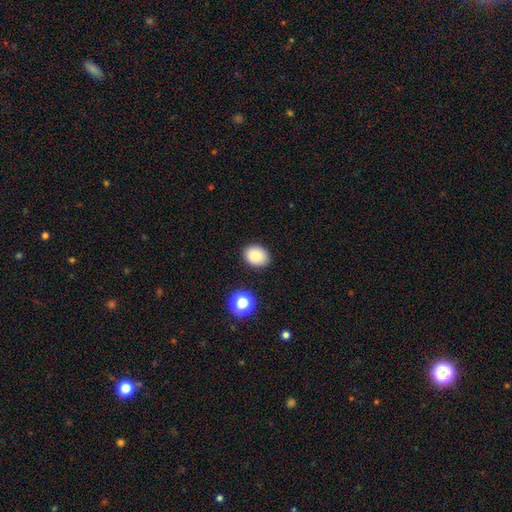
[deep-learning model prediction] Q: Smooth or featured?
A: smooth (86%); runner-up: star or artifact (10%)
Q: How rounded?
A: in between (55%); runner-up: round (44%)
Q: Merging?
A: none (87%); runner-up: minor disturbance (9%)